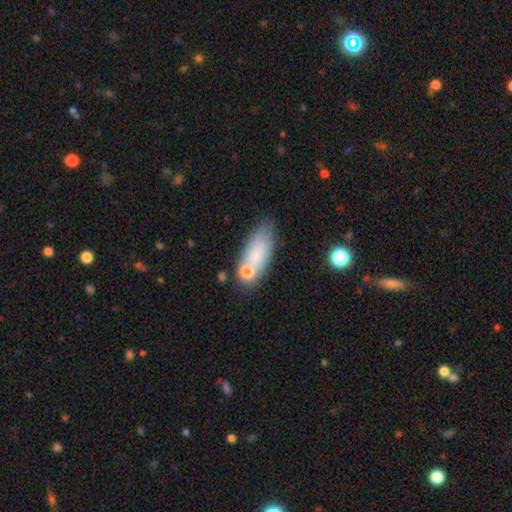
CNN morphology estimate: This appears to be a smooth galaxy with no disk features (77%) that is in between round and cigar-shaped (76%). Merging: none (63%).